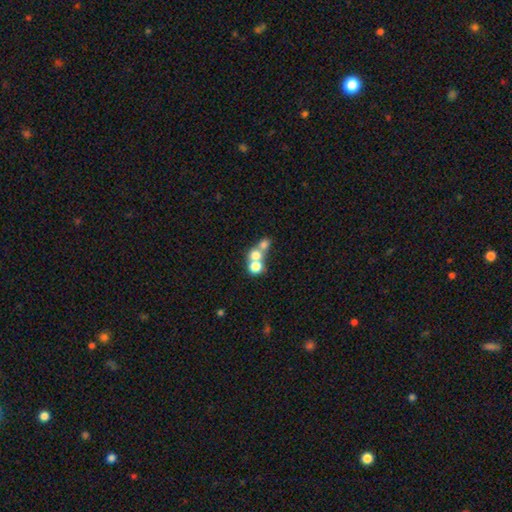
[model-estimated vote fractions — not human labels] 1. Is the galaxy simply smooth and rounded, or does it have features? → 66% smooth, 20% featured or disk, 14% star or artifact.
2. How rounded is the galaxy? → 78% round, 20% in between, 1% cigar-shaped.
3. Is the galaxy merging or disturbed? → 61% merger, 30% none, 5% minor disturbance, 4% major disturbance.